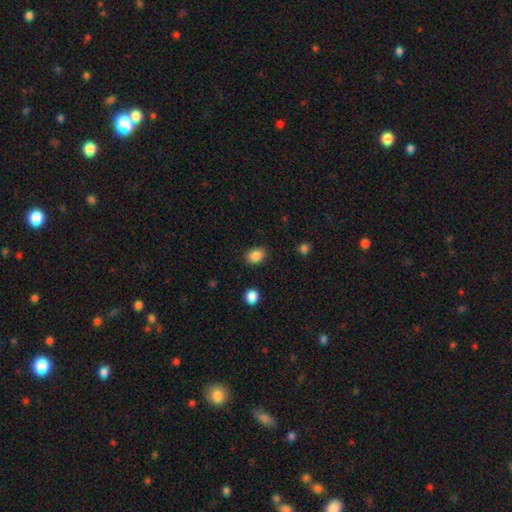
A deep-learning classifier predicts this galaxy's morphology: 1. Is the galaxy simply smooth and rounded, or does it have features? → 86% smooth, 10% star or artifact, 4% featured or disk.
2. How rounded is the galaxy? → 63% in between, 36% round, 1% cigar-shaped.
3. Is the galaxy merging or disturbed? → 84% none, 12% minor disturbance, 3% major disturbance, 2% merger.